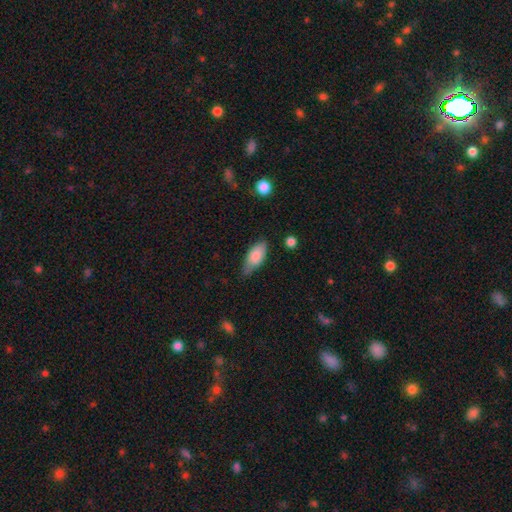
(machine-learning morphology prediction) The model was most divided on "merging": none: 62%, minor disturbance: 31%, major disturbance: 5%, merger: 2%. More confident: how rounded — in between (85%); smooth or featured — smooth (79%).